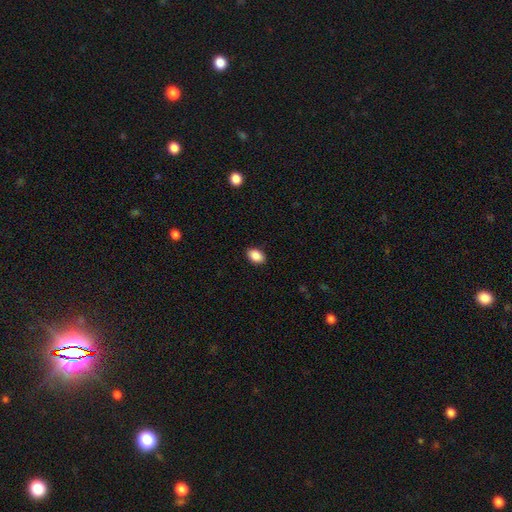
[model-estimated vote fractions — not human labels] Morphology: type=smooth (89%); roundness=in between (87%); merging=none (89%).